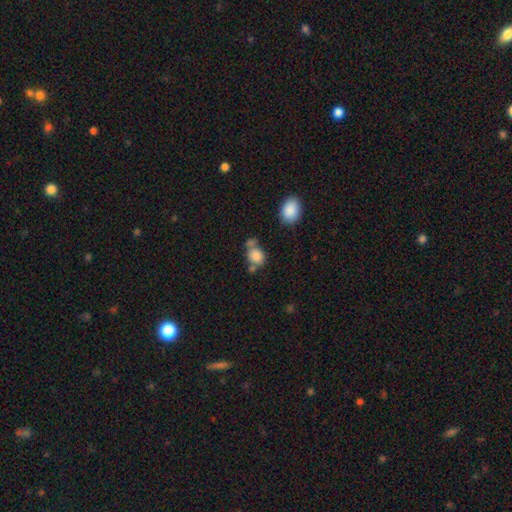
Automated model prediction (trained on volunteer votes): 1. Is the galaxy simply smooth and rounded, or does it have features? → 82% smooth, 10% star or artifact, 8% featured or disk.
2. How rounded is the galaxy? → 63% round, 35% in between, 1% cigar-shaped.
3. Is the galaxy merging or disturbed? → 46% none, 32% merger, 15% minor disturbance, 7% major disturbance.